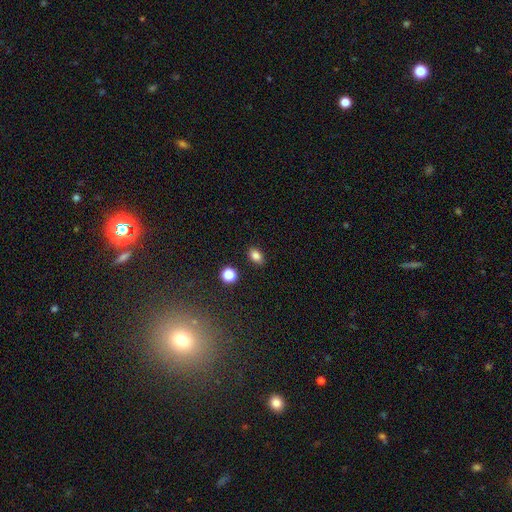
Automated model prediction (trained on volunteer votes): Smooth or featured: smooth — 83% (star or artifact — 12%)
How rounded: in between — 80% (round — 18%)
Merging: none — 87% (minor disturbance — 9%)